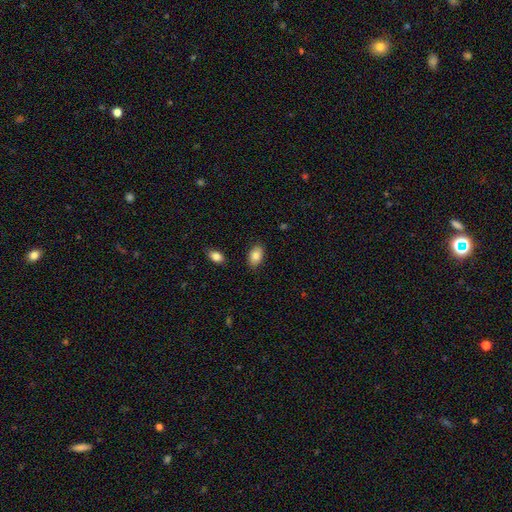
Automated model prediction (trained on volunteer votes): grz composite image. It shows a smooth galaxy with no disk features (84%) that is in between round and cigar-shaped (91%). Merging: none (86%).